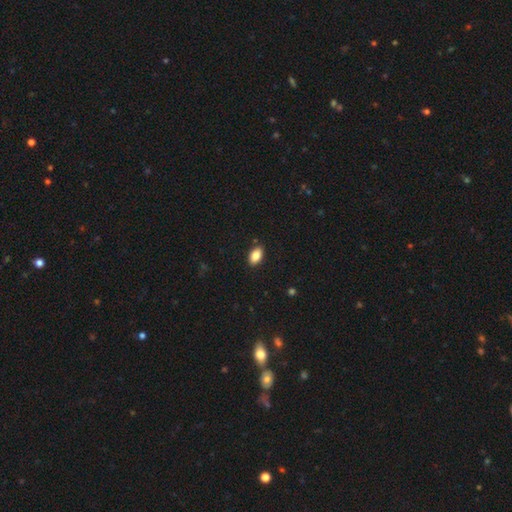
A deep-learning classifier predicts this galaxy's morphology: Smooth or featured?
  - smooth: 87% *
  - star or artifact: 8%
  - featured or disk: 5%
How rounded?
  - in between: 92% *
  - round: 6%
  - cigar-shaped: 2%
Merging?
  - none: 88% *
  - minor disturbance: 9%
  - major disturbance: 2%
  - merger: 1%